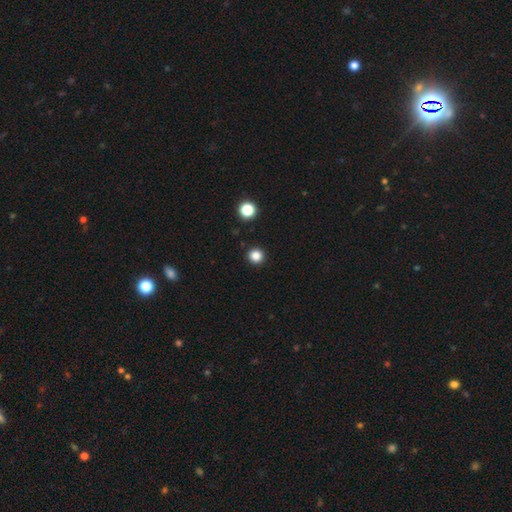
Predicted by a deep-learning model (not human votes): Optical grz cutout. It shows a smooth galaxy with no disk features (84%) that is round (95%). Merging: none (93%).